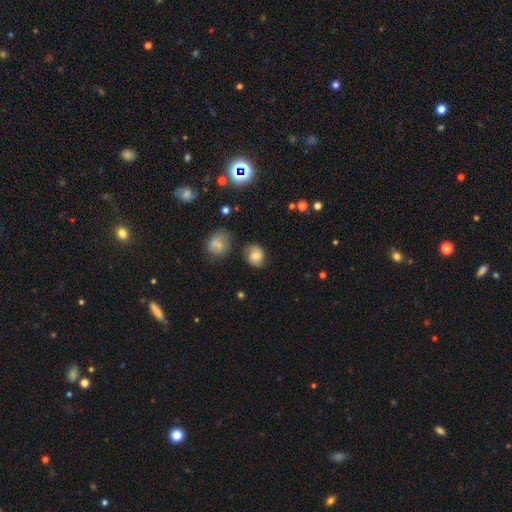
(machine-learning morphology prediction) This is likely a smooth galaxy (69%). How rounded: likely round (64%). Merging: likely none (69%).